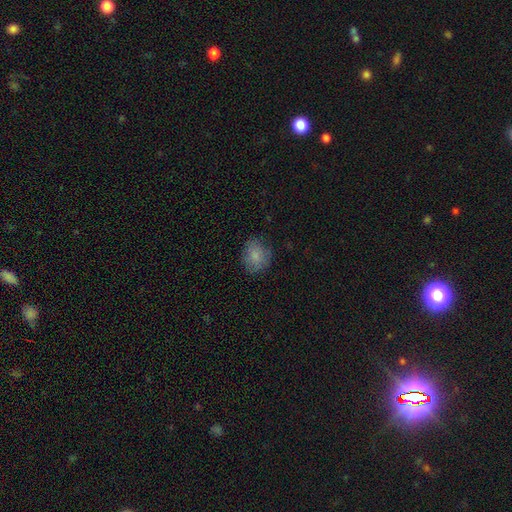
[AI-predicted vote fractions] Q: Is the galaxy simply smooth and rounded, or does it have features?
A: smooth — 81%.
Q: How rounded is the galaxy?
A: round — 54%.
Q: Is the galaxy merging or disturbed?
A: none — 73%.